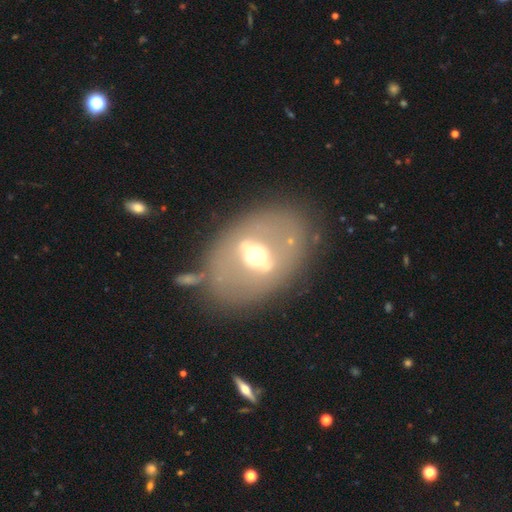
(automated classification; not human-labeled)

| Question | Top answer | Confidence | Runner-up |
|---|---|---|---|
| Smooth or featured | featured or disk | 66% | smooth (26%) |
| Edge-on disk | no | 81% | yes (19%) |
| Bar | strong | 58% | weak (26%) |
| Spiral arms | no | 91% | yes (9%) |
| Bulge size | moderate | 66% | large (19%) |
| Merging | none | 75% | minor disturbance (12%) |